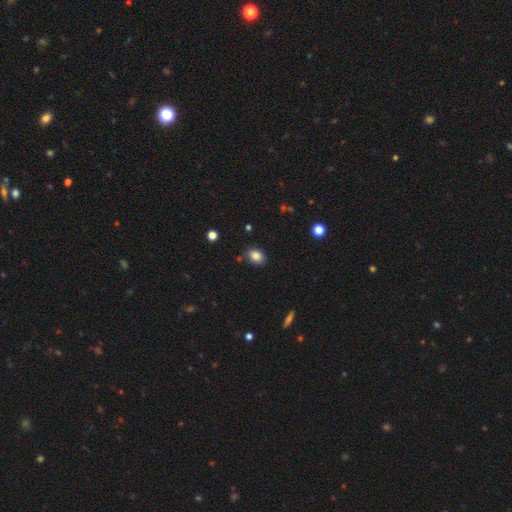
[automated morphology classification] Overall: smooth (84%). How rounded: in between (69%; round 30%). Merging: none (83%).